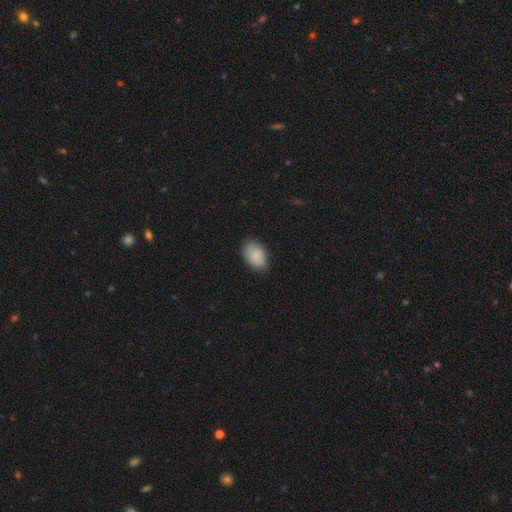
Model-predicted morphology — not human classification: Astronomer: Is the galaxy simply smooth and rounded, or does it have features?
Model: smooth — 86%.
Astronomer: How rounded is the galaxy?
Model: in between — 88%.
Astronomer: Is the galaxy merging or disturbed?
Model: none — 79%.